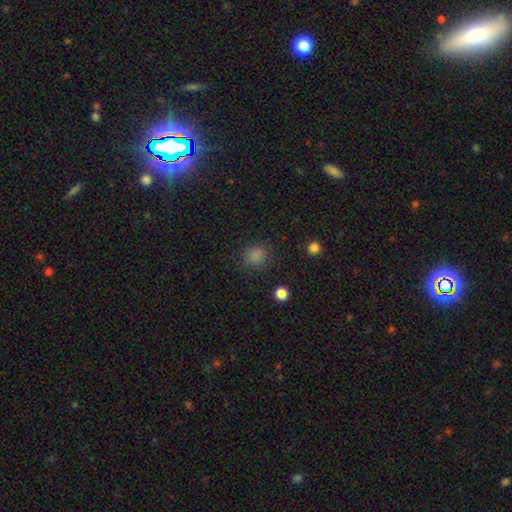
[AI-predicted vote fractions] Smooth or featured: smooth — 83% (star or artifact — 14%)
How rounded: round — 82% (in between — 17%)
Merging: none — 86% (minor disturbance — 9%)